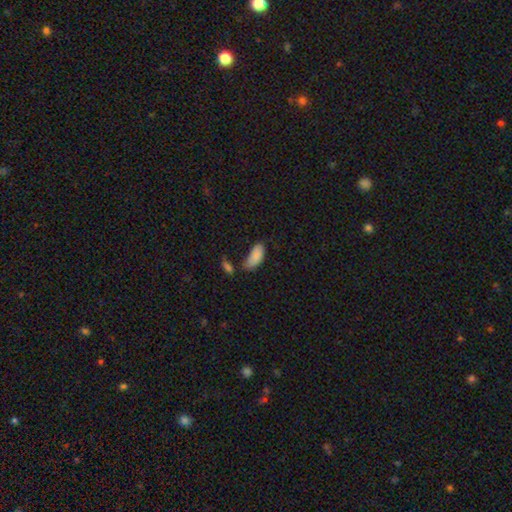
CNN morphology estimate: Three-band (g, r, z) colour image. It shows a smooth galaxy with no disk features (87%) that is in between round and cigar-shaped (83%). Merging: none (52%).